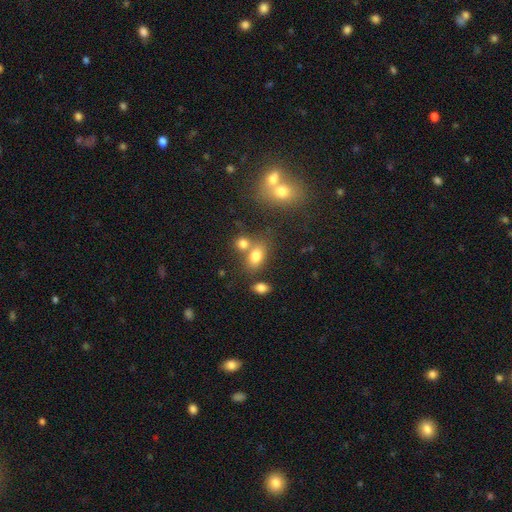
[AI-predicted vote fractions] smooth_or_featured: smooth (p=0.77) [alt: star or artifact p=0.12]
how_rounded: in between (p=0.80) [alt: round p=0.18]
merging: none (p=0.51) [alt: merger p=0.31]